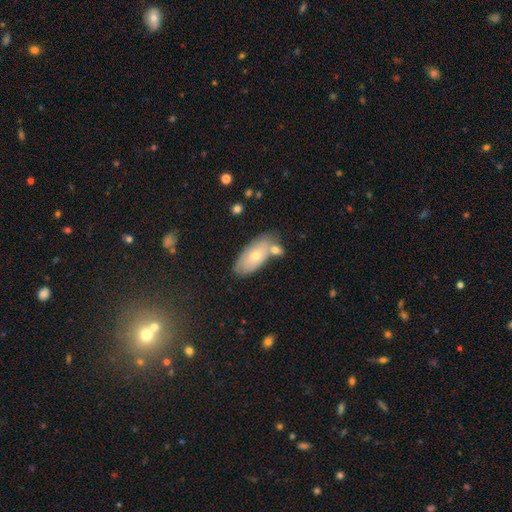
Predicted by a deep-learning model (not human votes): Morphology: type=smooth (61%); roundness=in between (89%); merging=none (65%).